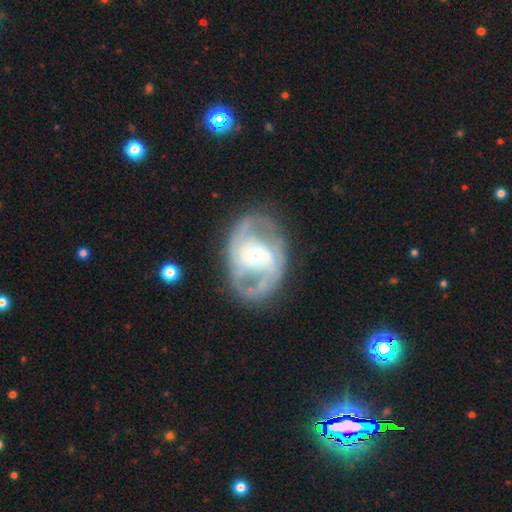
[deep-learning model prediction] Overall: featured or disk (82%). Edge-on disk: no (96%). Bar: weak (39%; no 37%). Spiral arms: yes (81%). Spiral arm count: 2 (78%). Spiral winding: medium (47%; tight 31%). Bulge size: moderate (69%). Merging: none (73%).